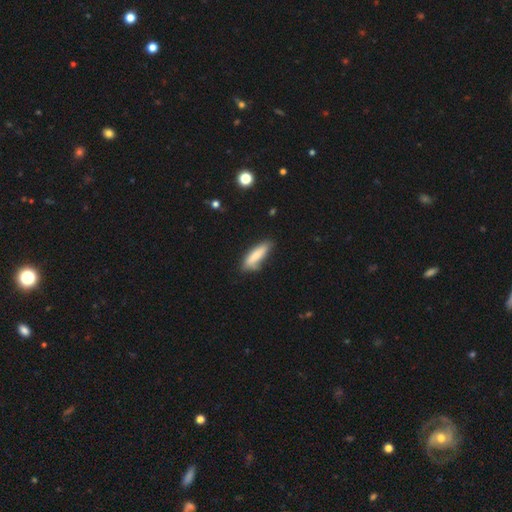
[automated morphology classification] smooth_or_featured: smooth (p=0.81) [alt: featured or disk p=0.13]
how_rounded: cigar-shaped (p=0.61) [alt: in between p=0.38]
merging: none (p=0.67) [alt: minor disturbance p=0.24]